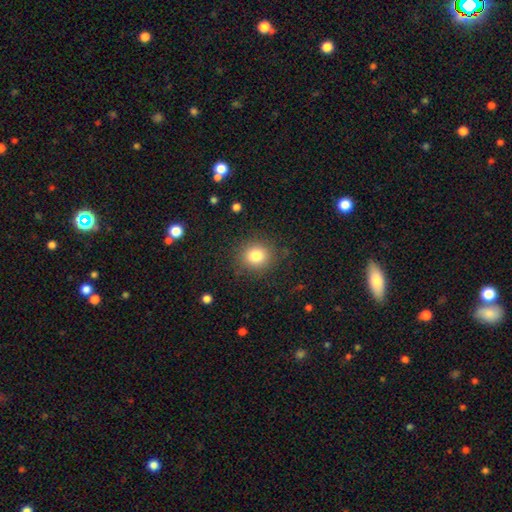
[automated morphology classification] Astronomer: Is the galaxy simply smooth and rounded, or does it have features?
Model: smooth — 82%.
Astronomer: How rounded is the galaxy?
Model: round — 85%.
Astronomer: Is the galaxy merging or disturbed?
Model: none — 87%.